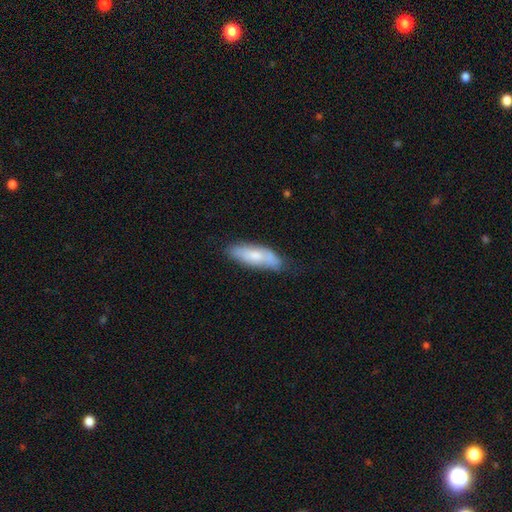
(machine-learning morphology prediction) Smooth or featured?
  - smooth: 65% *
  - featured or disk: 28%
  - star or artifact: 6%
How rounded?
  - in between: 59% *
  - cigar-shaped: 40%
  - round: 2%
Merging?
  - none: 61% *
  - minor disturbance: 28%
  - major disturbance: 7%
  - merger: 4%